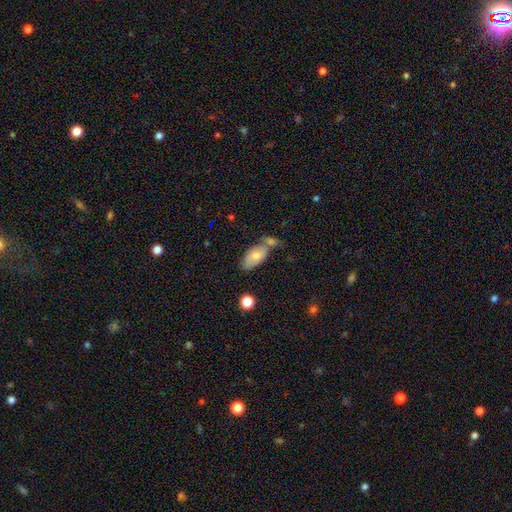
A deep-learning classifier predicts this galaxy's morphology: Smooth or featured: smooth — 74% (featured or disk — 19%)
How rounded: in between — 91% (cigar-shaped — 5%)
Merging: none — 44% (merger — 33%)